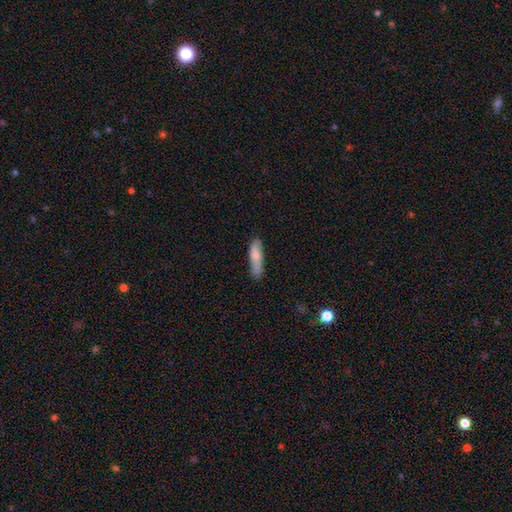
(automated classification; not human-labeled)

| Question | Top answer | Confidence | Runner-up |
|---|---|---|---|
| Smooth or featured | smooth | 74% | featured or disk (21%) |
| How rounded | cigar-shaped | 66% | in between (32%) |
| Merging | none | 72% | minor disturbance (22%) |